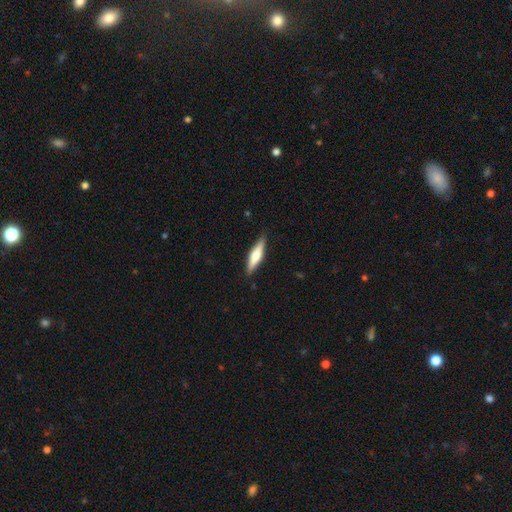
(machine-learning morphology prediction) smooth_or_featured: smooth (p=0.51) [alt: featured or disk p=0.44]
how_rounded: cigar-shaped (p=0.75) [alt: in between p=0.24]
merging: none (p=0.87) [alt: minor disturbance p=0.10]